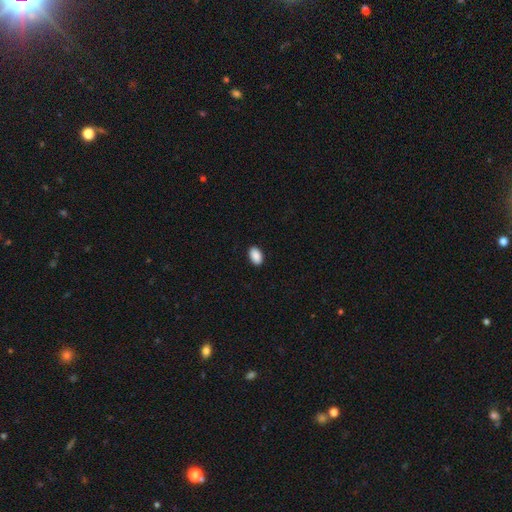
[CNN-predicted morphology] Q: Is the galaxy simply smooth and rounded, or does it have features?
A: smooth — 91%.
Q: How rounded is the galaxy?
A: in between — 92%.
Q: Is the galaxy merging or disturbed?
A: none — 90%.